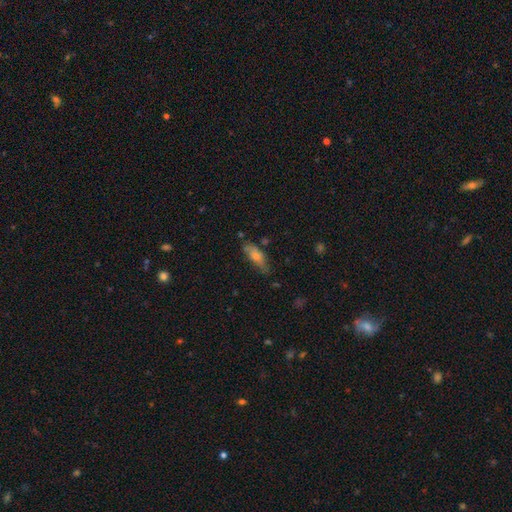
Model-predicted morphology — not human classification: Overall: smooth (57%; featured or disk 34%). How rounded: in between (58%; cigar-shaped 39%). Merging: none (67%).